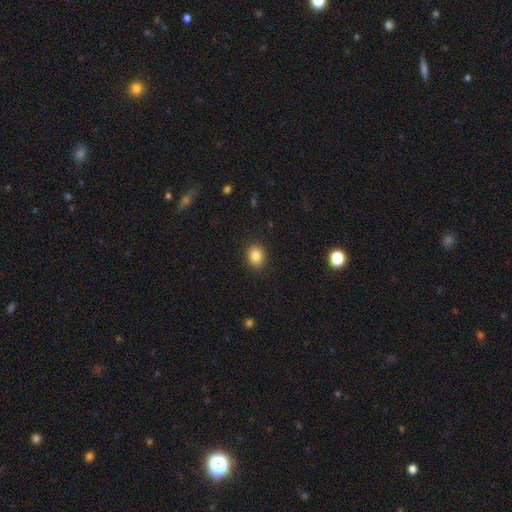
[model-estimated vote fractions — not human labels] This appears to be a smooth galaxy with no disk features (86%) that is in between round and cigar-shaped (53%). Merging: none (89%).